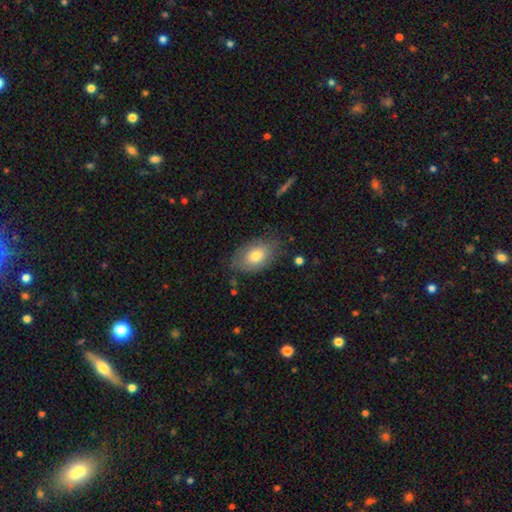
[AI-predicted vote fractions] This appears to be a smooth galaxy with no disk features (77%) that is in between round and cigar-shaped (89%). Merging: none (73%).